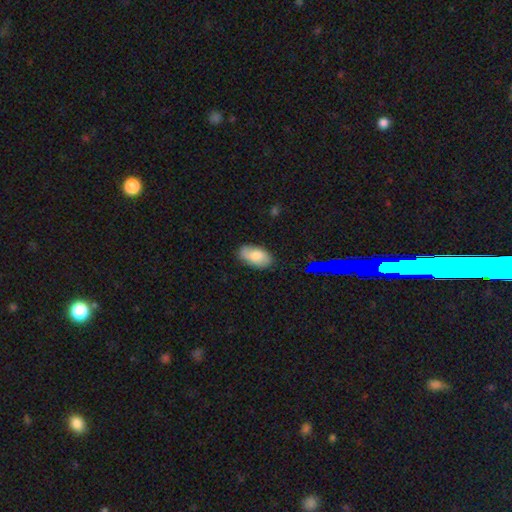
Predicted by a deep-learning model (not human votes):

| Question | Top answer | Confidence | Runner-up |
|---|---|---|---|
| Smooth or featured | smooth | 75% | featured or disk (17%) |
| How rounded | in between | 94% | round (4%) |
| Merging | none | 81% | minor disturbance (15%) |